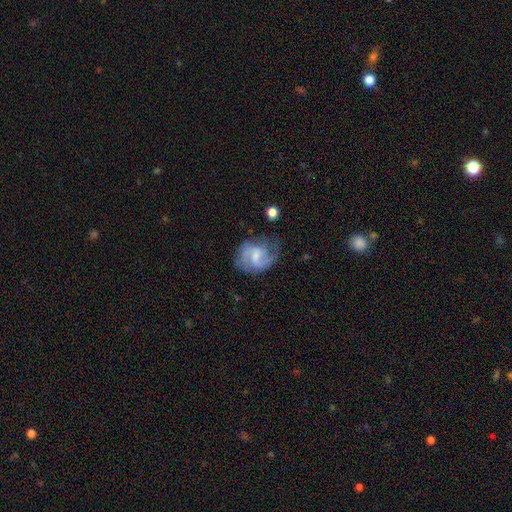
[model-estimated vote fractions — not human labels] smooth_or_featured: featured or disk (p=0.65) [alt: smooth p=0.28]
disk_edge_on: no (p=0.98) [alt: yes p=0.02]
bar: weak (p=0.57) [alt: no p=0.25]
has_spiral_arms: yes (p=0.84) [alt: no p=0.16]
spiral_winding: medium (p=0.45) [alt: loose p=0.35]
spiral_arm_count: 2 (p=0.63) [alt: can't tell p=0.17]
bulge_size: small (p=0.38) [alt: moderate p=0.35]
merging: none (p=0.49) [alt: minor disturbance p=0.28]